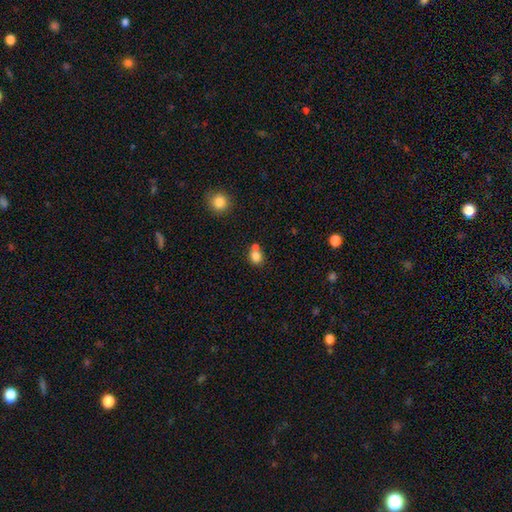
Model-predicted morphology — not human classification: A smooth galaxy with no disk features (80%) that is round (63%).

Vote fractions:
- Smooth or featured? smooth: 80% / star or artifact: 10% / featured or disk: 9%
- How rounded? round: 63% / in between: 36% / cigar-shaped: 1%
- Merging? none: 45% / merger: 40% / minor disturbance: 11% / major disturbance: 4%